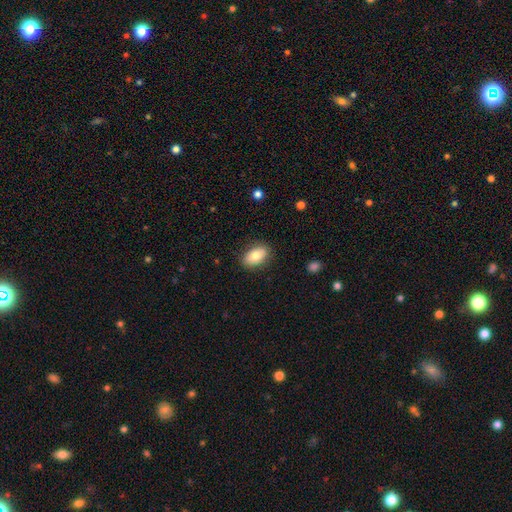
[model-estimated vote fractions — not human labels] smooth_or_featured: smooth (p=0.78) [alt: featured or disk p=0.15]
how_rounded: in between (p=0.90) [alt: round p=0.08]
merging: none (p=0.85) [alt: minor disturbance p=0.11]